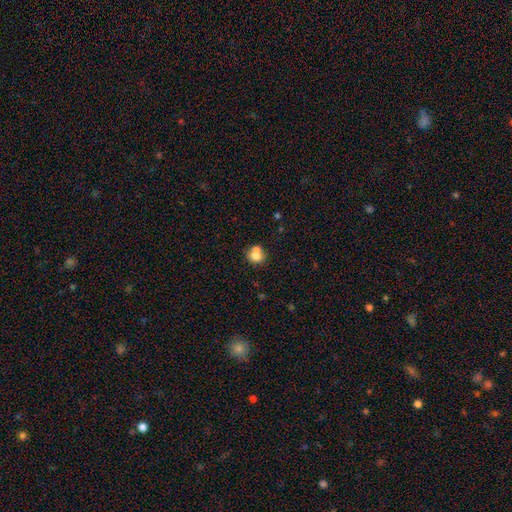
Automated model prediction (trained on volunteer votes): smooth 73%, featured or disk 17%, star or artifact 10%. Down the decision tree: how rounded — round (76%); merging — merger (47%).